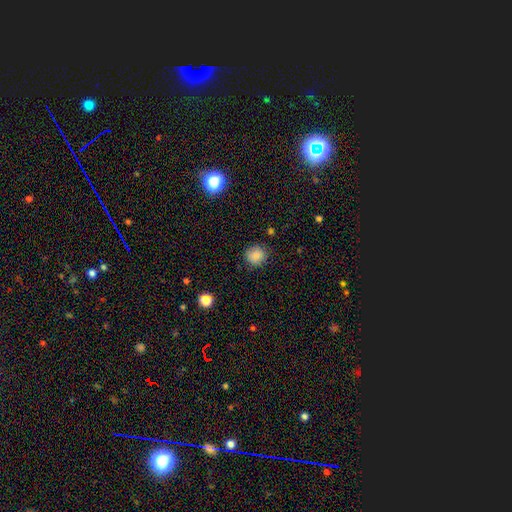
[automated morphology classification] Smooth or featured? Predicted: smooth (p=0.86). How rounded? Predicted: round (p=0.88). Merging? Predicted: none (p=0.86).